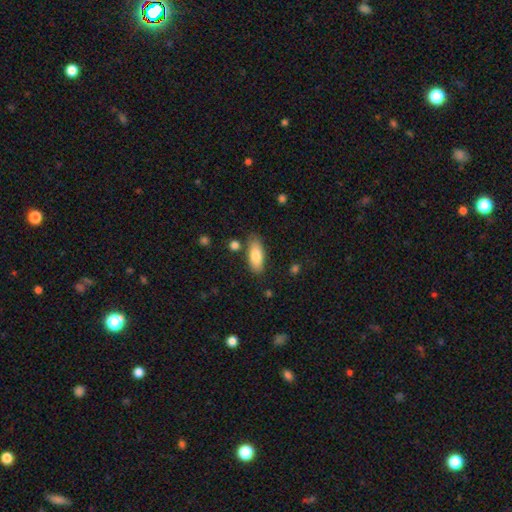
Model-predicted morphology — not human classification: A smooth galaxy with no disk features (81%) that is in between round and cigar-shaped (75%). Merging: none (78%).